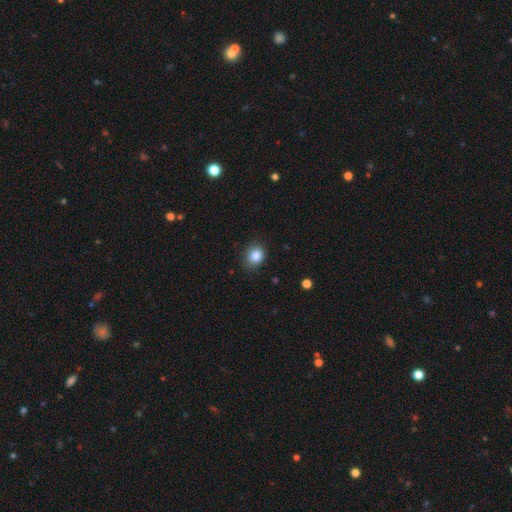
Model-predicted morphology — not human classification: This appears to be a smooth galaxy with no disk features (84%) that is round (61%). Merging: none (80%).